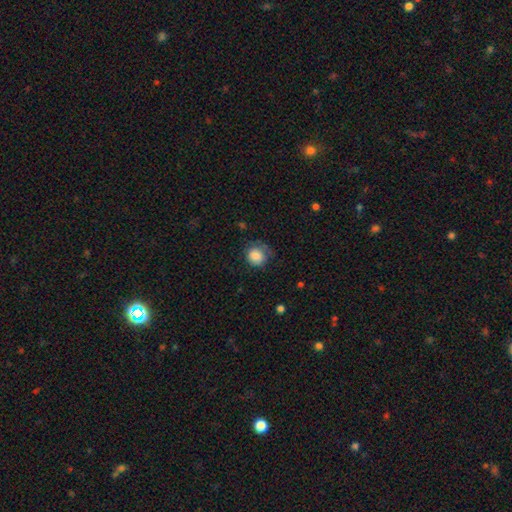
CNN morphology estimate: Smooth or featured? Predicted: smooth (p=0.81). How rounded? Predicted: round (p=0.80). Merging? Predicted: none (p=0.54).